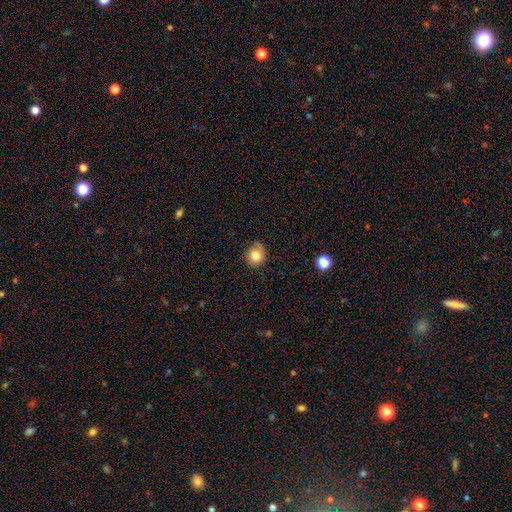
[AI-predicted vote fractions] Q: Smooth or featured?
A: smooth (81%); runner-up: star or artifact (11%)
Q: How rounded?
A: round (84%); runner-up: in between (15%)
Q: Merging?
A: none (75%); runner-up: minor disturbance (20%)